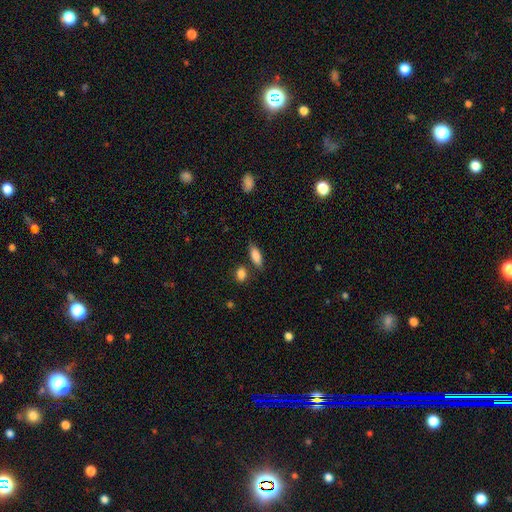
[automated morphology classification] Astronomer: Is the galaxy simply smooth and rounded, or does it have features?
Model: smooth — 84%.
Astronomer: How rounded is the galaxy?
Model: in between — 72%.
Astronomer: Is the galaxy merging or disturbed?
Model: none — 74%.